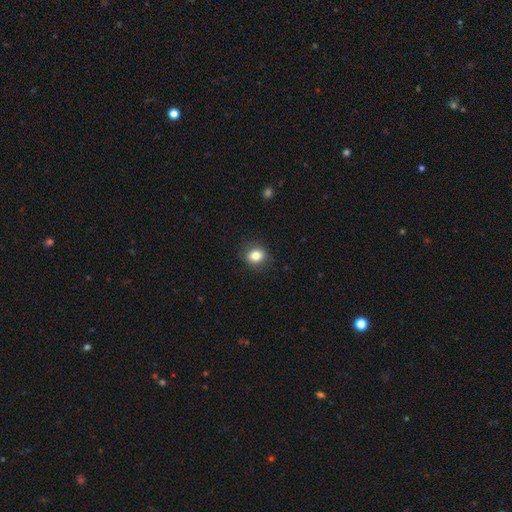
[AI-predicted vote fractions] Overall: smooth (83%). How rounded: round (63%; in between 36%). Merging: none (87%).